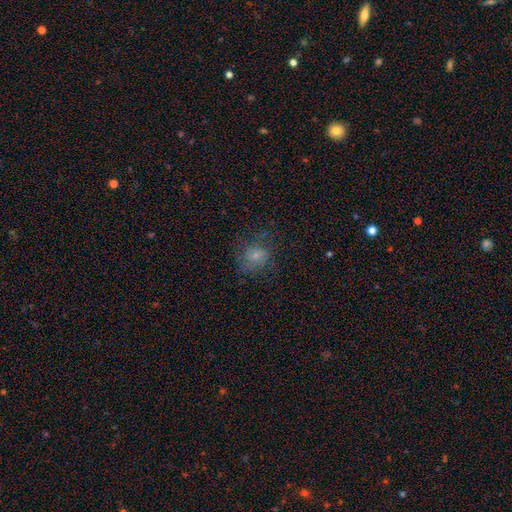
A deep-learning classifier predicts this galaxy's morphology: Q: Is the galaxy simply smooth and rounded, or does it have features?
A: smooth — 64%.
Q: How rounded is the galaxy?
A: round — 60%.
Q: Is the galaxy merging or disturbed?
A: none — 61%.